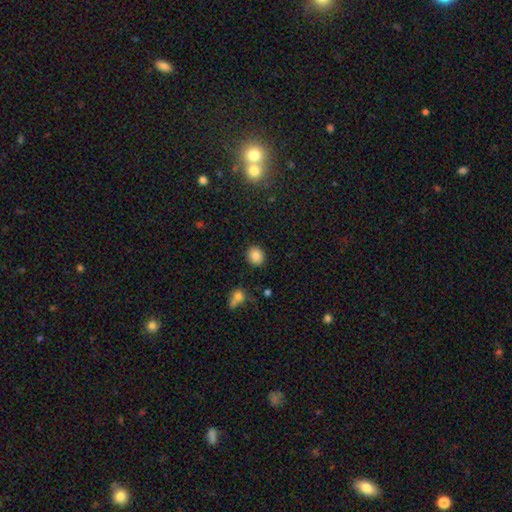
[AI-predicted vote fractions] Smooth or featured? smooth (85%)
How rounded? round (76%)
Merging? none (88%)